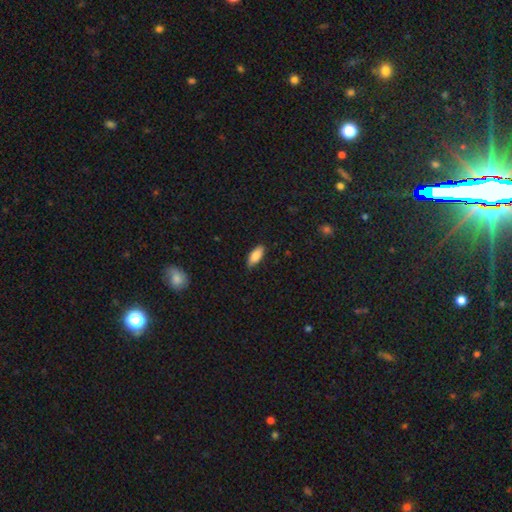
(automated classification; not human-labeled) Morphology: type=smooth (86%); roundness=in between (84%); merging=none (84%).